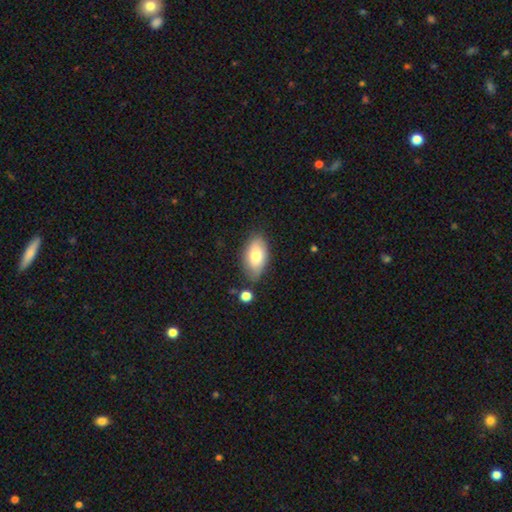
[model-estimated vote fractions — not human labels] The model was most divided on "merging": none: 73%, minor disturbance: 18%, merger: 5%, major disturbance: 4%. More confident: how rounded — in between (92%); smooth or featured — smooth (76%).